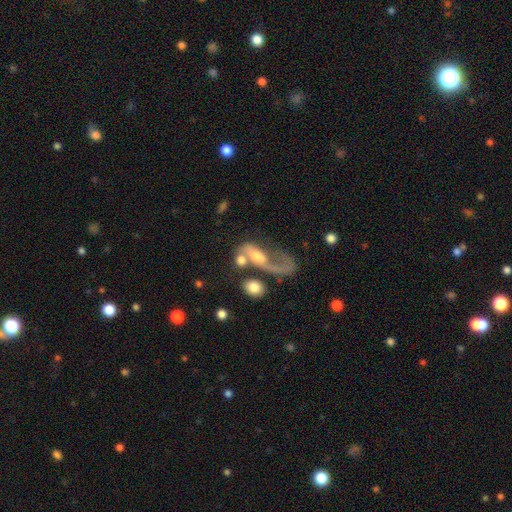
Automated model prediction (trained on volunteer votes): This appears to be a featured or disk galaxy (55%) with no bar (60%), spiral arms (66%) and a moderate central bulge (49%). Merging: major disturbance (39%).